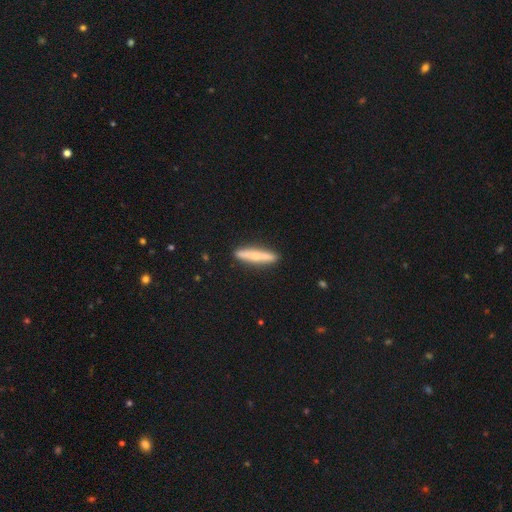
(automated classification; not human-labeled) smooth 57%, featured or disk 37%, star or artifact 6%. Down the decision tree: how rounded — cigar-shaped (91%); merging — none (89%).